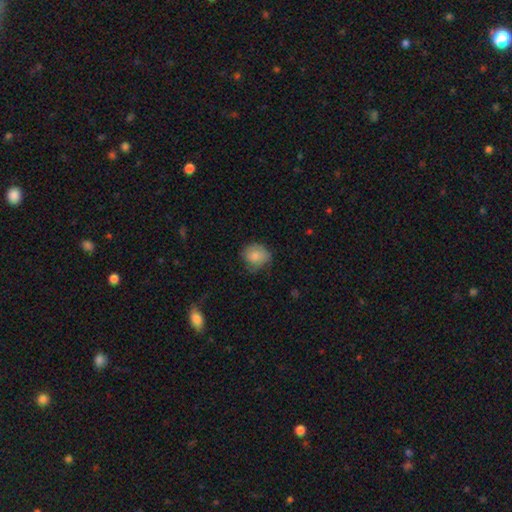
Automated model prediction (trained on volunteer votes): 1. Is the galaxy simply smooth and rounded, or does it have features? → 80% smooth, 13% featured or disk, 8% star or artifact.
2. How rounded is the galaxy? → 67% round, 32% in between, 1% cigar-shaped.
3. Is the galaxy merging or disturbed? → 58% none, 31% minor disturbance, 10% major disturbance, 1% merger.